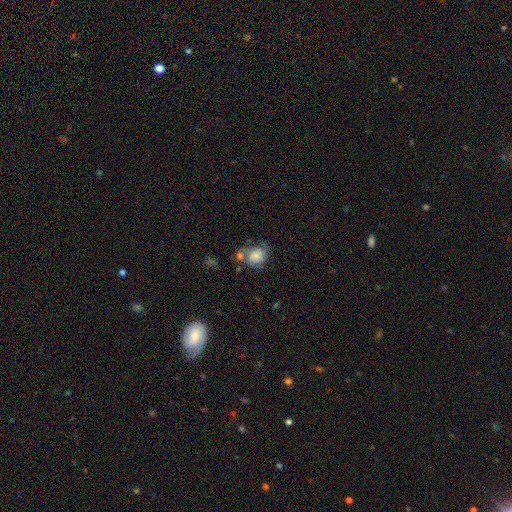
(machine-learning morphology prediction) Smooth or featured: smooth — 54% (featured or disk — 37%)
How rounded: round — 59% (in between — 40%)
Merging: none — 33% (merger — 29%)